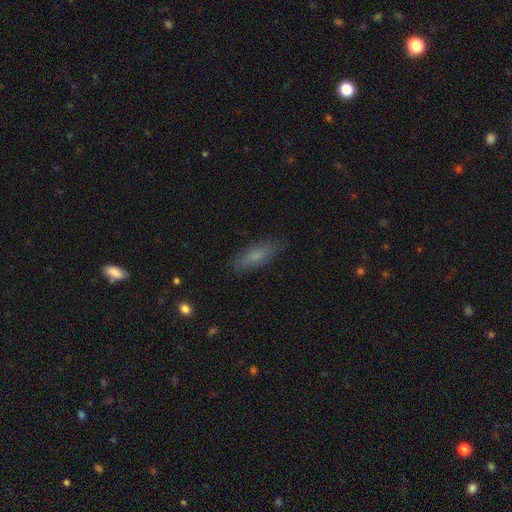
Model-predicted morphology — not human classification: smooth-or-featured: smooth: 71% | featured or disk: 20% | star or artifact: 8%
  how-rounded: in between: 52% | cigar-shaped: 46% | round: 2%
  merging: none: 84% | minor disturbance: 12% | major disturbance: 3% | merger: 1%